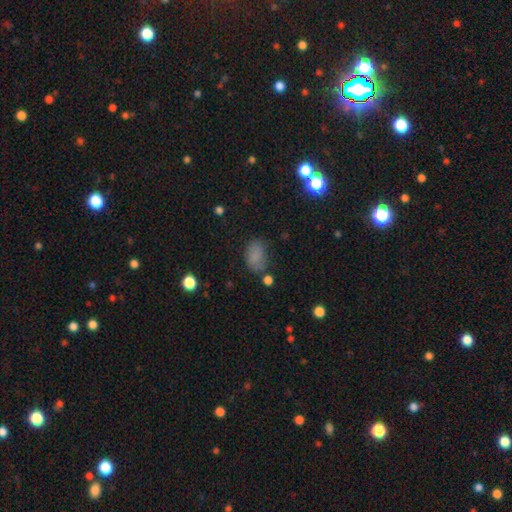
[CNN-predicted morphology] type=smooth (78%); roundness=in between (82%); merging=none (62%).